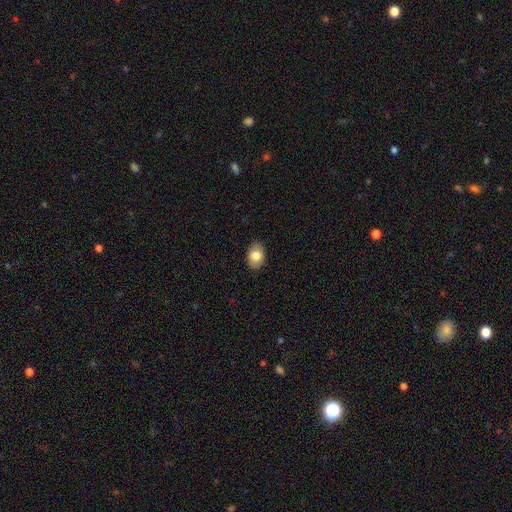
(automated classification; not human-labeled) The model was most divided on "how rounded": in between: 80%, round: 19%, cigar-shaped: 1%. More confident: merging — none (87%); smooth or featured — smooth (81%).